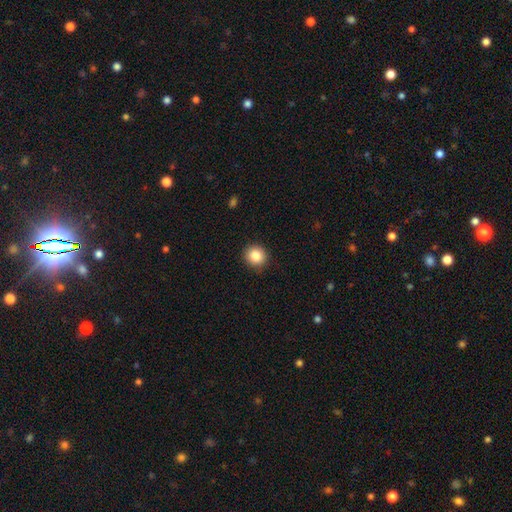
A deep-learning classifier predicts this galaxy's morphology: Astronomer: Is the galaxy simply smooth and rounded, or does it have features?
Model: smooth — 85%.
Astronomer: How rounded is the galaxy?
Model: round — 92%.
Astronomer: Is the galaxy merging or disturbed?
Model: none — 91%.